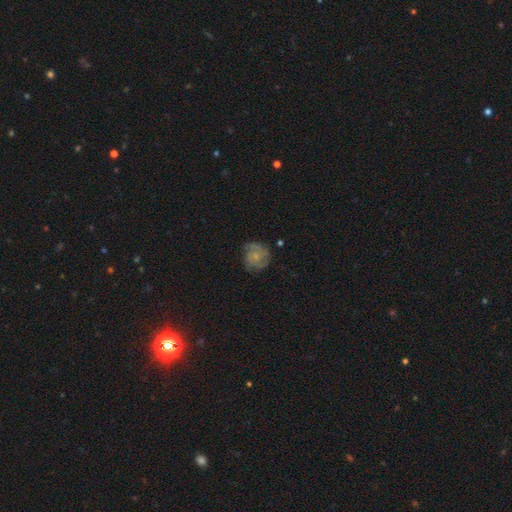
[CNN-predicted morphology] Smooth or featured: featured or disk — 59% (smooth — 33%)
Edge-on disk: no — 98% (yes — 2%)
Bar: no — 78% (weak — 20%)
Spiral arms: yes — 82% (no — 18%)
Bulge size: small — 53% (moderate — 26%)
Merging: none — 68% (minor disturbance — 21%)